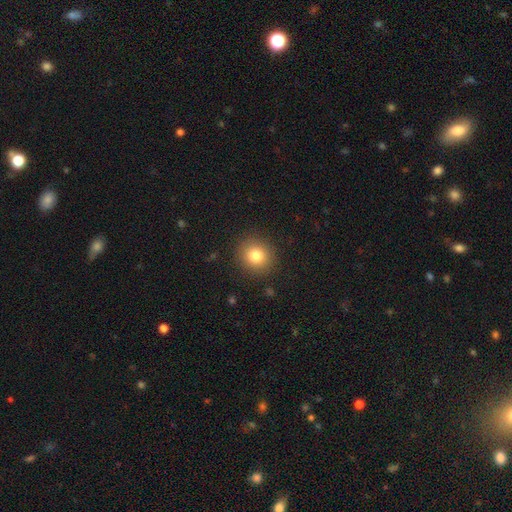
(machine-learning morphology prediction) smooth-or-featured: smooth: 81% | star or artifact: 11% | featured or disk: 8%
  how-rounded: round: 87% | in between: 12% | cigar-shaped: 1%
  merging: none: 90% | minor disturbance: 6% | major disturbance: 3% | merger: 1%